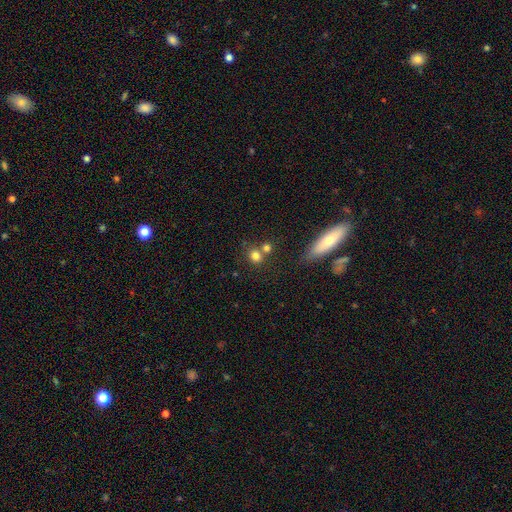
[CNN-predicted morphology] Smooth or featured? smooth (78%)
How rounded? round (78%)
Merging? none (53%)